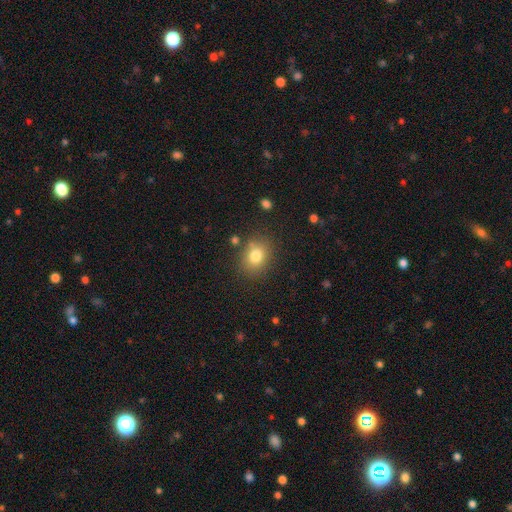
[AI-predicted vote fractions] Smooth or featured? Predicted: smooth (p=0.78). How rounded? Predicted: round (p=0.52). Merging? Predicted: none (p=0.79).